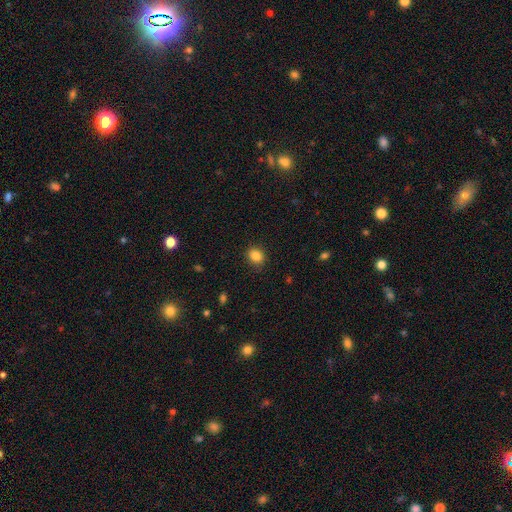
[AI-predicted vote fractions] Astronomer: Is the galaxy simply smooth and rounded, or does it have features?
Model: smooth — 86%.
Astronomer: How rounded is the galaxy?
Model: round — 61% (runner-up: in between, 38%).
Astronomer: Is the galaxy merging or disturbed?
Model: none — 86%.